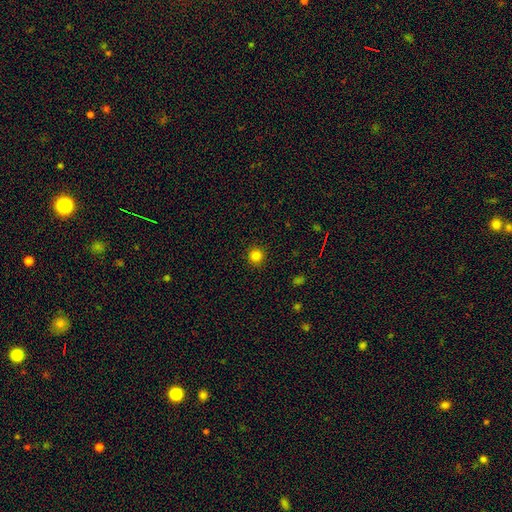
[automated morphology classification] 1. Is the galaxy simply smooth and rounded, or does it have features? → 83% smooth, 13% star or artifact, 4% featured or disk.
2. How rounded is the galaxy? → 94% round, 5% in between, 1% cigar-shaped.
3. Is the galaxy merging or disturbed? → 92% none, 5% minor disturbance, 2% major disturbance, 1% merger.